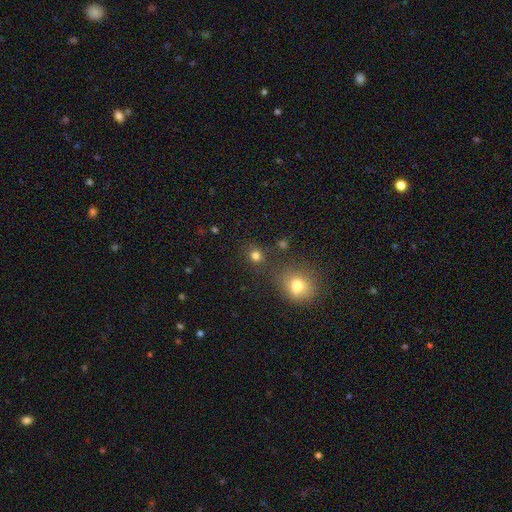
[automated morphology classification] smooth_or_featured: smooth (p=0.79) [alt: star or artifact p=0.16]
how_rounded: round (p=0.79) [alt: in between p=0.20]
merging: none (p=0.75) [alt: merger p=0.11]